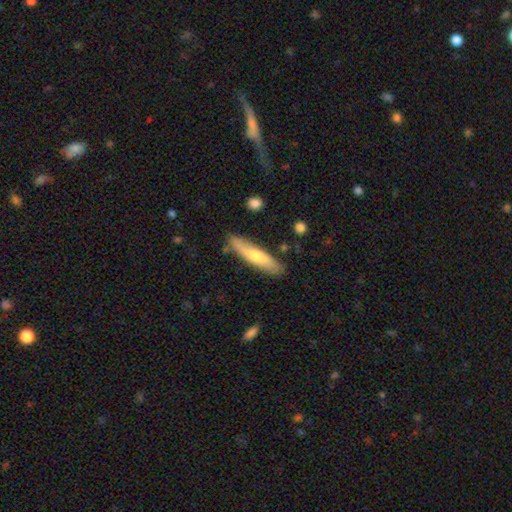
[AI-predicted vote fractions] Smooth or featured? Predicted: smooth (p=0.62). How rounded? Predicted: cigar-shaped (p=0.83). Merging? Predicted: none (p=0.81).